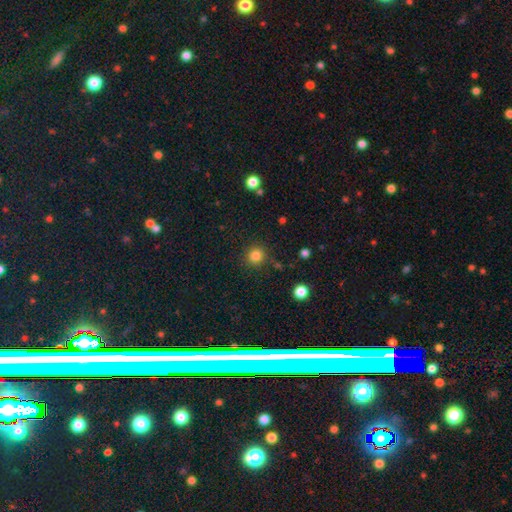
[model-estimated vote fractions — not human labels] smooth 83%, star or artifact 12%, featured or disk 5%. Down the decision tree: how rounded — round (92%); merging — none (87%).